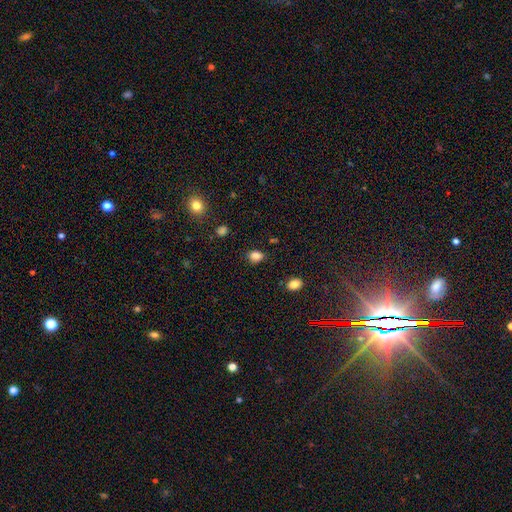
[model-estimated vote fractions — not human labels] smooth-or-featured: smooth: 85% | star or artifact: 11% | featured or disk: 4%
  how-rounded: in between: 66% | round: 33% | cigar-shaped: 1%
  merging: none: 81% | minor disturbance: 13% | major disturbance: 3% | merger: 2%